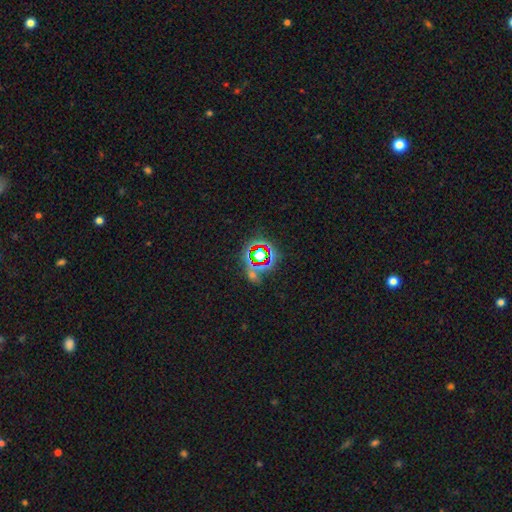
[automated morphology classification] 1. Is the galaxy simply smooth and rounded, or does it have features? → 70% star or artifact, 19% smooth, 11% featured or disk.